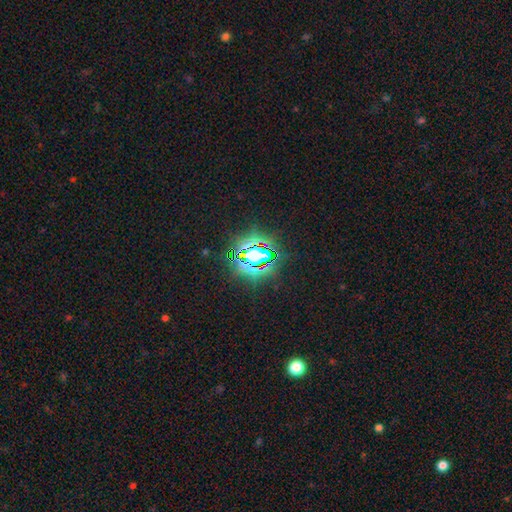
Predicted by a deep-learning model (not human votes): Q: Smooth or featured?
A: star or artifact (82%); runner-up: smooth (11%)